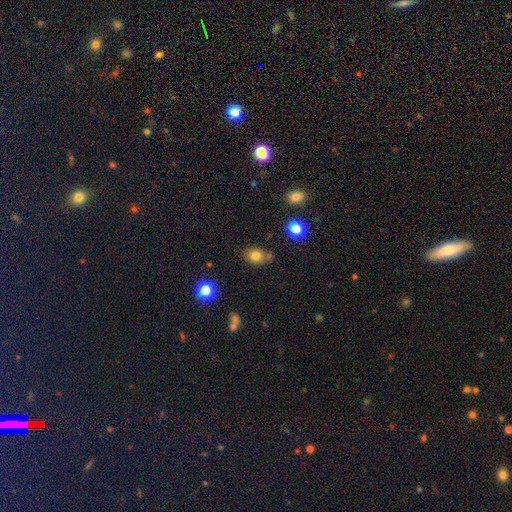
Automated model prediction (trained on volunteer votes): Smooth or featured?
  - smooth: 77% *
  - star or artifact: 12%
  - featured or disk: 11%
How rounded?
  - in between: 62% *
  - round: 36%
  - cigar-shaped: 1%
Merging?
  - none: 64% *
  - minor disturbance: 22%
  - merger: 9%
  - major disturbance: 5%